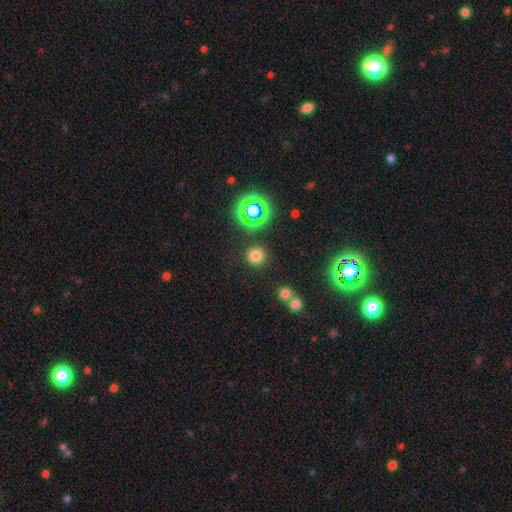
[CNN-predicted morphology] smooth-or-featured: smooth: 74% | star or artifact: 20% | featured or disk: 6%
  how-rounded: round: 93% | in between: 6% | cigar-shaped: 1%
  merging: none: 88% | minor disturbance: 6% | merger: 3% | major disturbance: 3%